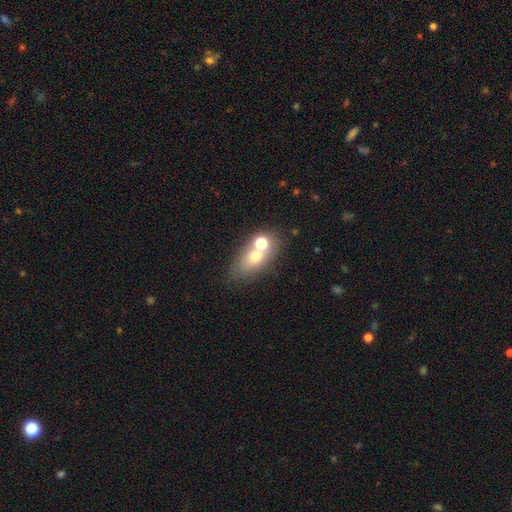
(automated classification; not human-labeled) smooth-or-featured: smooth: 60% | featured or disk: 26% | star or artifact: 13%
  how-rounded: in between: 70% | round: 26% | cigar-shaped: 5%
  merging: none: 46% | merger: 38% | minor disturbance: 10% | major disturbance: 5%